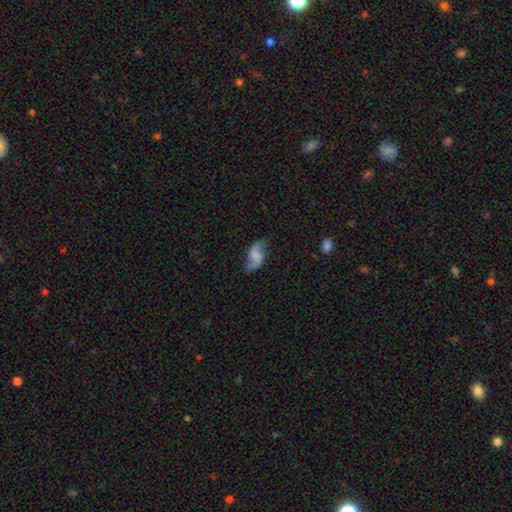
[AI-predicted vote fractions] A featured or disk galaxy (66%) with no bar (48%), 2 (91%) loose (80%) spiral arms (91%) and no central bulge (61%).

Vote fractions:
- Smooth or featured? featured or disk: 66% / smooth: 26% / star or artifact: 9%
- Edge-on disk? no: 97% / yes: 3%
- Bar? no: 48% / weak: 38% / strong: 14%
- Spiral arms? yes: 91% / no: 9%
- Spiral winding? loose: 80% / medium: 16% / tight: 4%
- Spiral arm count? 2: 91% / 1: 3% / can't tell: 3% / 3: 1% / 4: 1% / more than 4: 1%
- Bulge size? none: 61% / small: 16% / moderate: 12% / large: 8% / dominant: 3%
- Merging? none: 67% / minor disturbance: 20% / major disturbance: 10% / merger: 3%